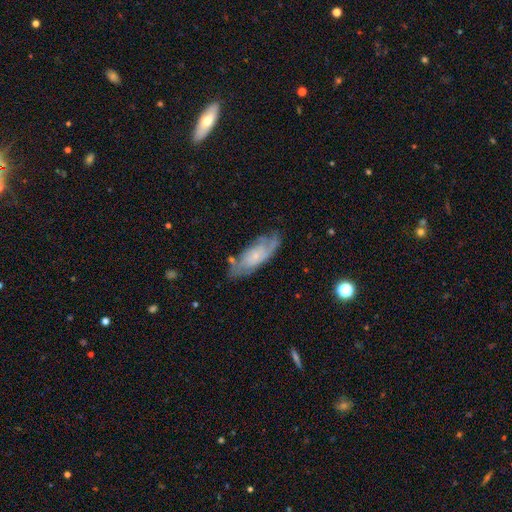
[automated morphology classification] smooth_or_featured: featured or disk (p=0.66) [alt: smooth p=0.28]
disk_edge_on: no (p=0.87) [alt: yes p=0.13]
bar: no (p=0.72) [alt: weak p=0.24]
has_spiral_arms: yes (p=0.86) [alt: no p=0.14]
bulge_size: small (p=0.71) [alt: moderate p=0.17]
merging: none (p=0.67) [alt: minor disturbance p=0.22]